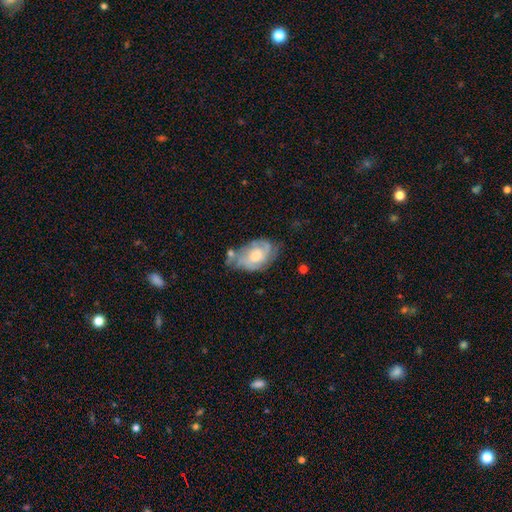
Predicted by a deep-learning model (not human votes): Smooth or featured?
  - featured or disk: 72% *
  - smooth: 22%
  - star or artifact: 6%
Edge-on disk?
  - no: 96% *
  - yes: 4%
Bar?
  - no: 69% *
  - weak: 27%
  - strong: 4%
Spiral arms?
  - yes: 88% *
  - no: 12%
Spiral winding?
  - tight: 52% *
  - medium: 36%
  - loose: 11%
Spiral arm count?
  - 2: 38% *
  - can't tell: 35%
  - 3: 14%
  - 1: 6%
  - 4: 4%
  - more than 4: 3%
Bulge size?
  - moderate: 51% *
  - small: 27%
  - large: 14%
  - none: 5%
  - dominant: 2%
Merging?
  - none: 49% *
  - minor disturbance: 29%
  - major disturbance: 14%
  - merger: 8%